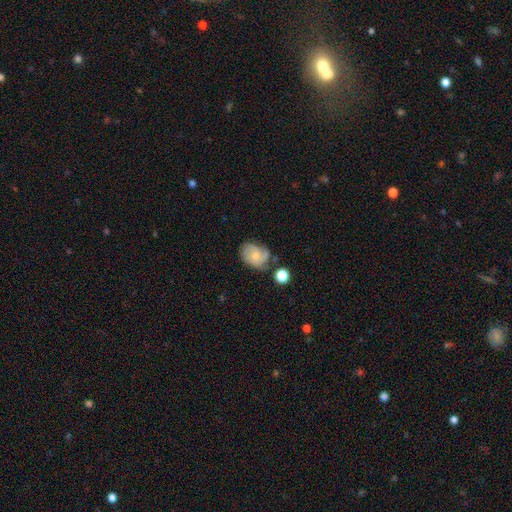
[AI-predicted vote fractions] The model was most divided on "smooth or featured": smooth: 49%, featured or disk: 42%, star or artifact: 9%. More confident: merging — none (52%).